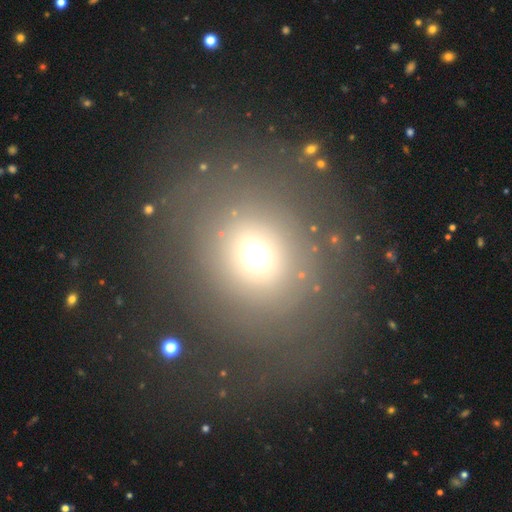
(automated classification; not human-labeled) smooth 62%, star or artifact 22%, featured or disk 16%. Down the decision tree: how rounded — round (75%); merging — none (74%).